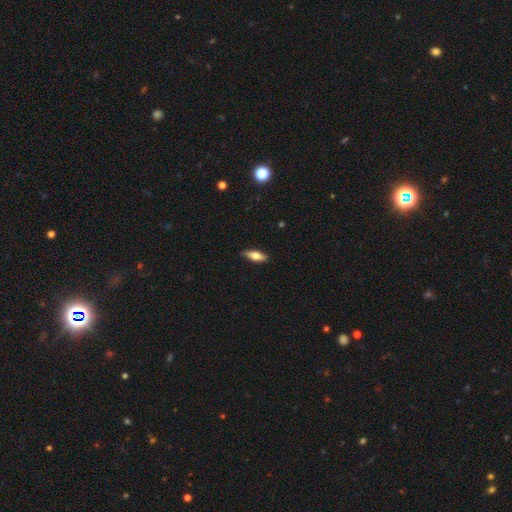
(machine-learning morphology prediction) Q: Smooth or featured?
A: smooth (66%); runner-up: featured or disk (28%)
Q: How rounded?
A: in between (62%); runner-up: cigar-shaped (35%)
Q: Merging?
A: none (87%); runner-up: minor disturbance (10%)